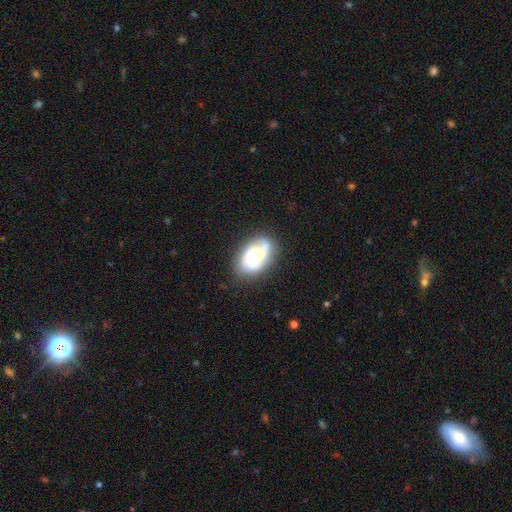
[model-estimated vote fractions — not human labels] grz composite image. It shows a featured or disk galaxy (66%) with no bar (72%), 3 (34%) tight (47%) spiral arms (92%) and a large central bulge (34%). Merging: none (71%).